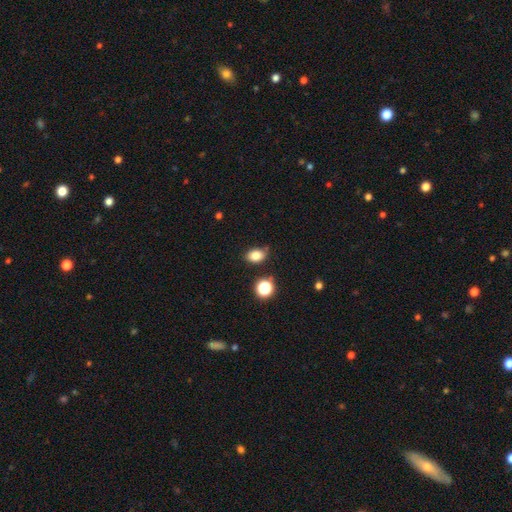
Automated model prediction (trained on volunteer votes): The model was most divided on "how rounded": in between: 74%, round: 25%, cigar-shaped: 1%. More confident: smooth or featured — smooth (82%); merging — none (74%).